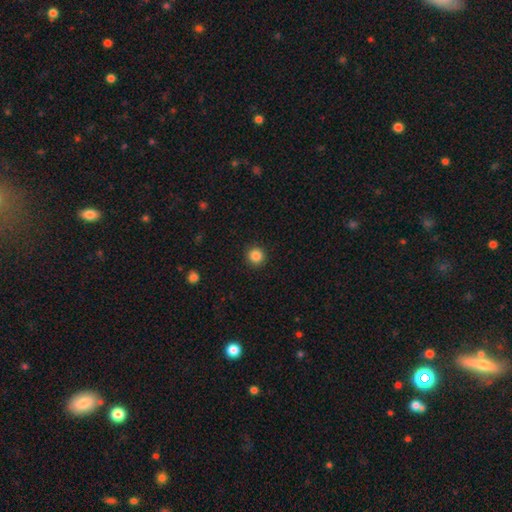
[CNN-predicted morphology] Smooth or featured? smooth (86%)
How rounded? round (94%)
Merging? none (92%)